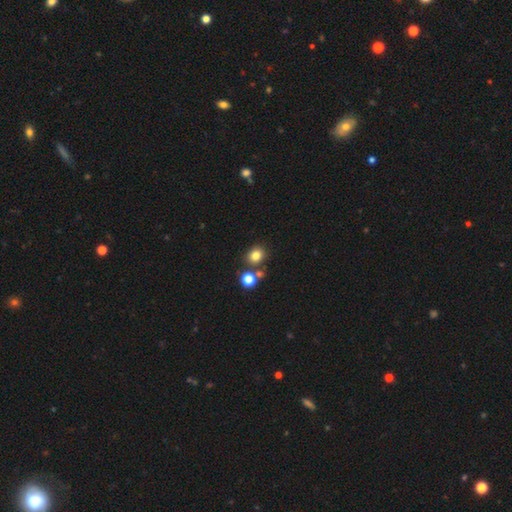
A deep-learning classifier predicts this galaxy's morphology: The model was most divided on "how rounded": round: 66%, in between: 33%, cigar-shaped: 1%. More confident: smooth or featured — smooth (80%); merging — none (71%).